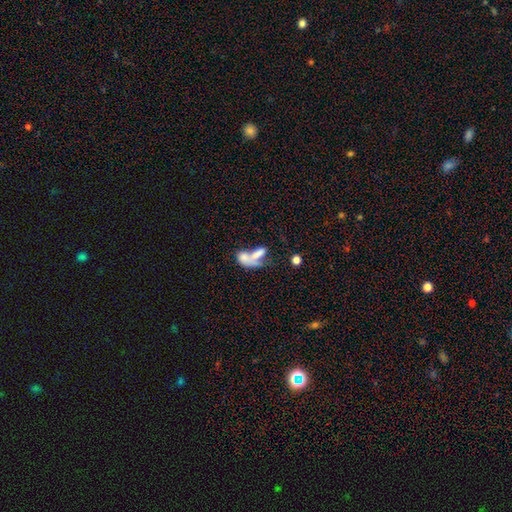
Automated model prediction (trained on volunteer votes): A smooth galaxy with no disk features (63%) that is in between round and cigar-shaped (76%).

Vote fractions:
- Smooth or featured? smooth: 63% / featured or disk: 26% / star or artifact: 10%
- How rounded? in between: 76% / cigar-shaped: 14% / round: 10%
- Merging? merger: 67% / none: 14% / major disturbance: 12% / minor disturbance: 7%